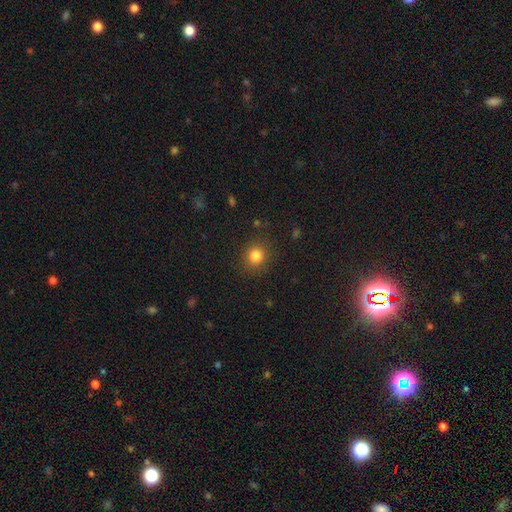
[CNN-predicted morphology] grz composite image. It shows a smooth galaxy with no disk features (83%) that is round (85%). Merging: none (87%).